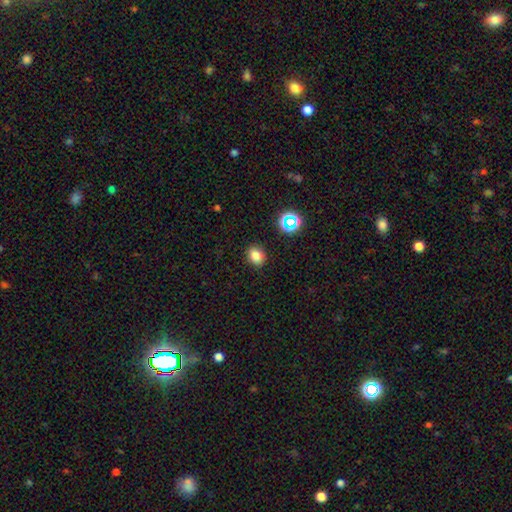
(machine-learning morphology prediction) smooth 80%, star or artifact 15%, featured or disk 6%. Down the decision tree: how rounded — round (54%); merging — none (88%).